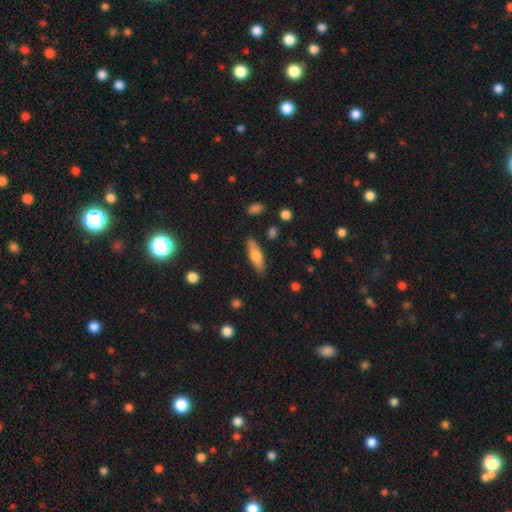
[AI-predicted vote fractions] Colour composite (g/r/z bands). It shows a smooth galaxy with no disk features (65%) that is cigar-shaped (51%). Merging: none (84%).